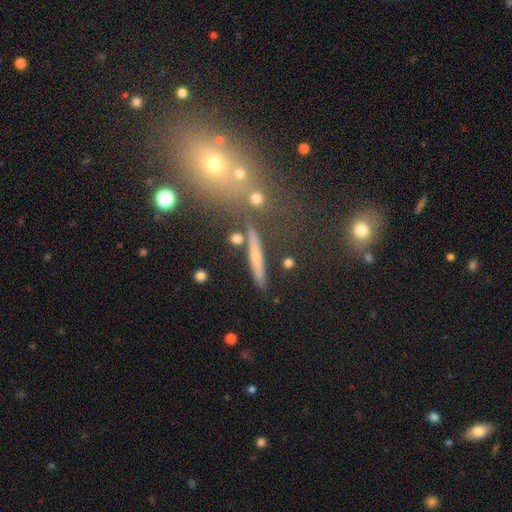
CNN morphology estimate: A smooth galaxy with no disk features (47%). Merging: none (81%).